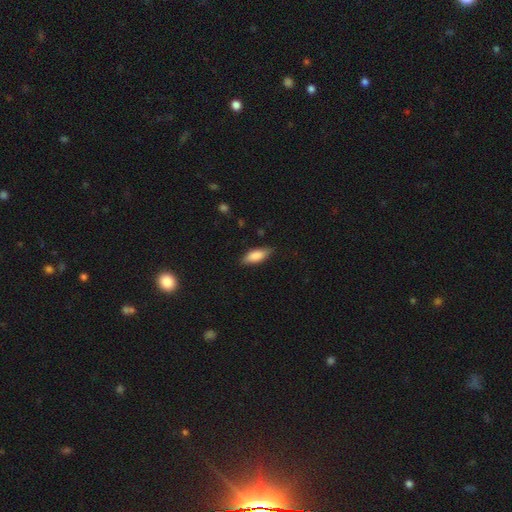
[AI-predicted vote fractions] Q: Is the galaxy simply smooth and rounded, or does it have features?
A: smooth — 81%.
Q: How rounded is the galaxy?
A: in between — 74%.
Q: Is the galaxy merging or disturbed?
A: none — 80%.